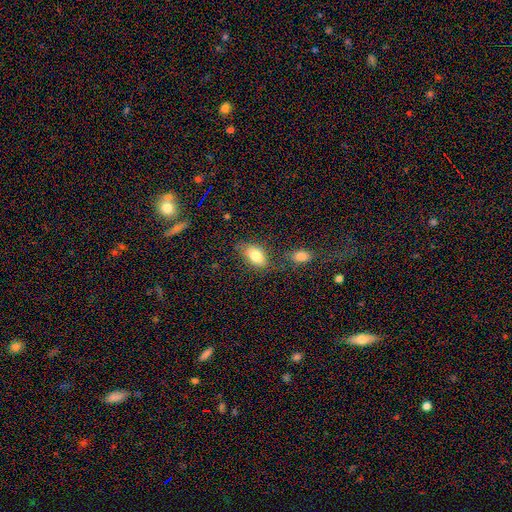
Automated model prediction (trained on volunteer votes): This is clearly a smooth galaxy (81%). How rounded: clearly in between (90%). Merging: likely none (65%).